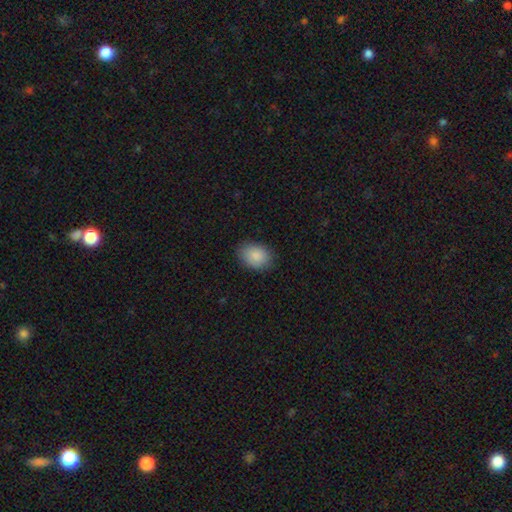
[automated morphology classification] Overall: smooth (88%). How rounded: in between (73%). Merging: none (86%).